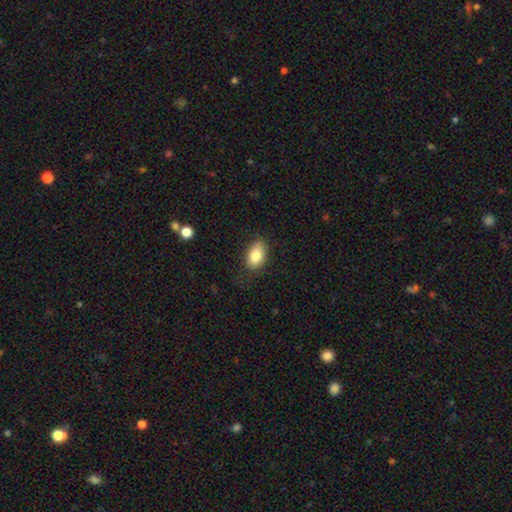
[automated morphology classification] Q: Smooth or featured?
A: smooth (83%); runner-up: featured or disk (10%)
Q: How rounded?
A: in between (89%); runner-up: round (9%)
Q: Merging?
A: none (71%); runner-up: minor disturbance (21%)